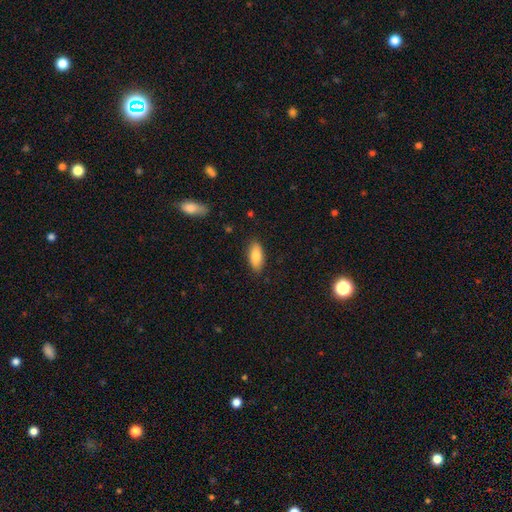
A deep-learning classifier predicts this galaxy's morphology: Smooth or featured: smooth — 83% (featured or disk — 11%)
How rounded: in between — 85% (cigar-shaped — 13%)
Merging: none — 87% (minor disturbance — 10%)